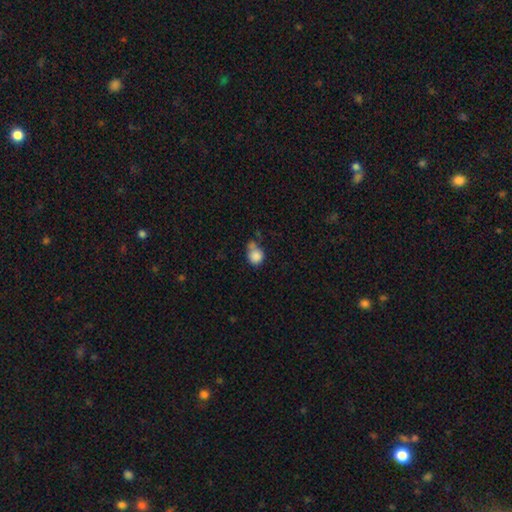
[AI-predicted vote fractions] smooth 84%, star or artifact 9%, featured or disk 7%. Down the decision tree: how rounded — round (76%); merging — none (38%).